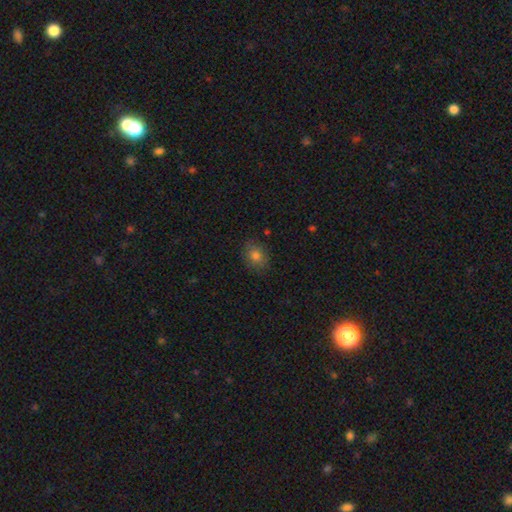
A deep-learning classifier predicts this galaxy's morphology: smooth-or-featured: smooth: 79% | star or artifact: 12% | featured or disk: 9%
  how-rounded: round: 58% | in between: 41% | cigar-shaped: 1%
  merging: none: 85% | minor disturbance: 11% | major disturbance: 3% | merger: 1%